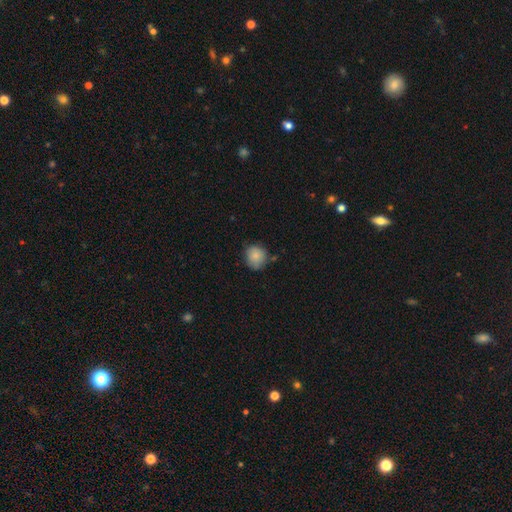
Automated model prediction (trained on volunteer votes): A smooth galaxy with no disk features (83%) that is round (85%).

Vote fractions:
- Smooth or featured? smooth: 83% / featured or disk: 8% / star or artifact: 8%
- How rounded? round: 85% / in between: 14% / cigar-shaped: 1%
- Merging? none: 70% / minor disturbance: 23% / major disturbance: 4% / merger: 4%